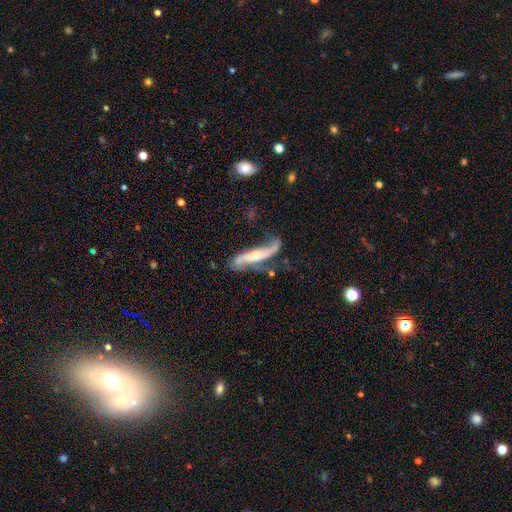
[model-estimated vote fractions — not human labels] The model was most divided on "bulge size": small: 46%, moderate: 39%, none: 8%, large: 6%, dominant: 2%. Remaining: spiral arms — yes (91%); spiral arm count — 2 (86%); smooth or featured — featured or disk (77%); edge-on disk — no (72%); spiral winding — loose (66%); merging — none (49%); bar — no (42%).